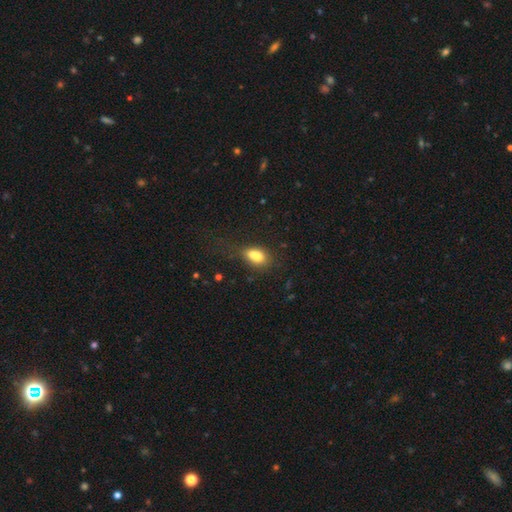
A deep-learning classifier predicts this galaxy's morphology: Overall: smooth (72%). How rounded: in between (73%). Merging: merger (45%; none 32%).